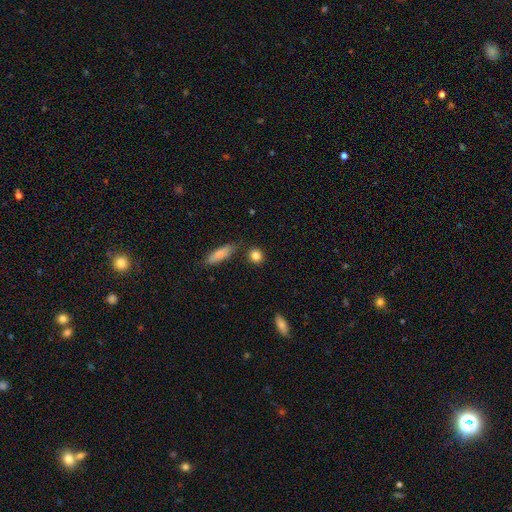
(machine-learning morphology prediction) smooth_or_featured: smooth (p=0.85) [alt: star or artifact p=0.09]
how_rounded: round (p=0.76) [alt: in between p=0.20]
merging: none (p=0.83) [alt: minor disturbance p=0.09]